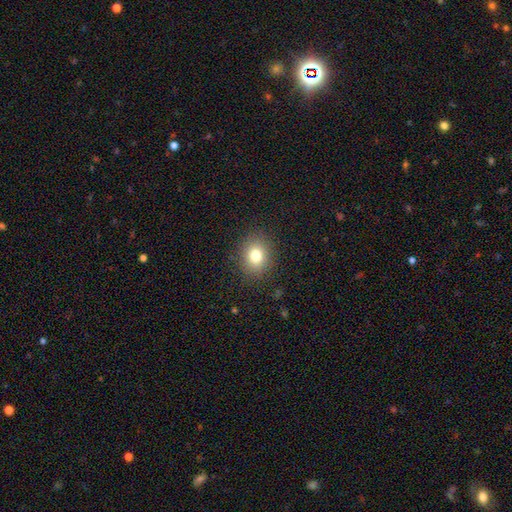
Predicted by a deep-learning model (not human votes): A smooth galaxy with no disk features (79%) that is round (54%).

Vote fractions:
- Smooth or featured? smooth: 79% / star or artifact: 12% / featured or disk: 9%
- How rounded? round: 54% / in between: 45% / cigar-shaped: 1%
- Merging? none: 87% / minor disturbance: 8% / major disturbance: 3% / merger: 1%